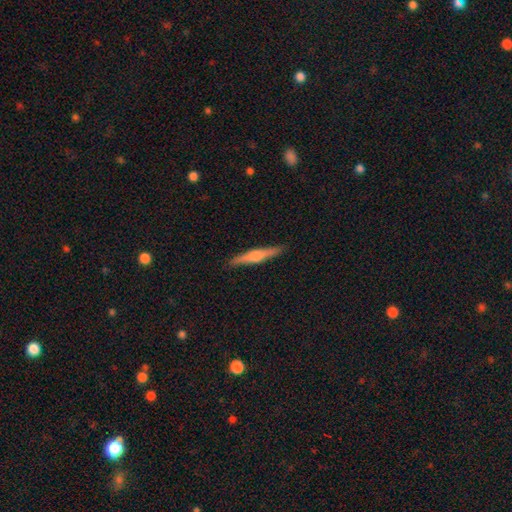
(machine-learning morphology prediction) Smooth or featured: featured or disk — 60% (smooth — 34%)
Edge-on disk: yes — 97% (no — 3%)
Edge-on bulge: rounded — 80% (boxy — 12%)
Merging: none — 90% (minor disturbance — 7%)